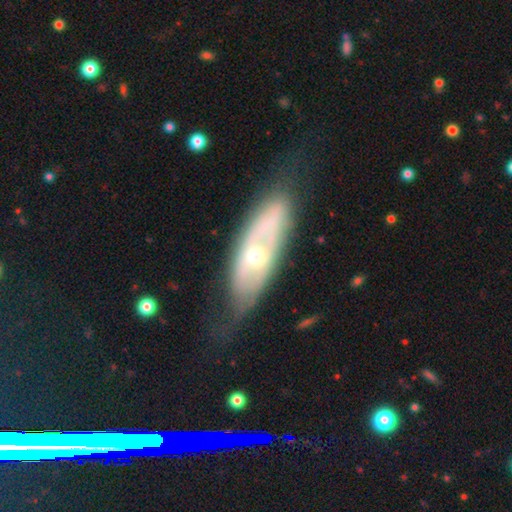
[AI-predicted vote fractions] Q: Smooth or featured?
A: featured or disk (65%); runner-up: smooth (28%)
Q: Edge-on disk?
A: no (77%); runner-up: yes (23%)
Q: Bar?
A: no (74%); runner-up: weak (20%)
Q: Spiral arms?
A: no (52%); runner-up: yes (48%)
Q: Bulge size?
A: moderate (60%); runner-up: small (33%)
Q: Merging?
A: none (58%); runner-up: minor disturbance (27%)